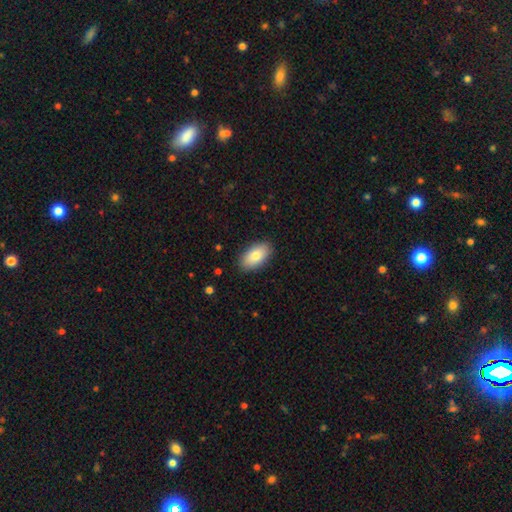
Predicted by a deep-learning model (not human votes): Q: Smooth or featured?
A: smooth (81%); runner-up: featured or disk (13%)
Q: How rounded?
A: in between (94%); runner-up: round (4%)
Q: Merging?
A: none (88%); runner-up: minor disturbance (9%)